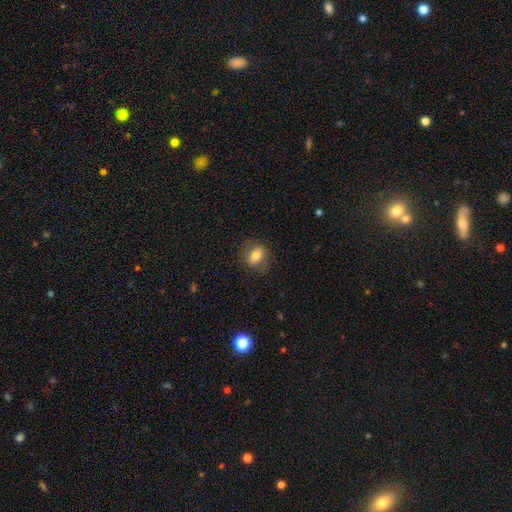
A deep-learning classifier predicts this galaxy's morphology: smooth 76%, featured or disk 16%, star or artifact 8%. Down the decision tree: how rounded — in between (60%); merging — none (74%).